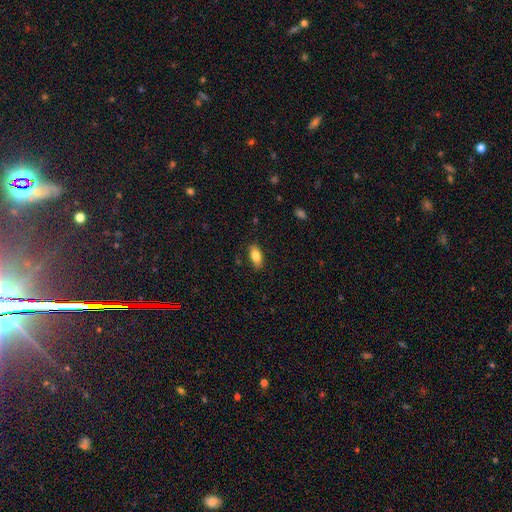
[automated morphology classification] Smooth or featured: smooth — 83% (featured or disk — 10%)
How rounded: in between — 89% (cigar-shaped — 8%)
Merging: none — 85% (minor disturbance — 12%)